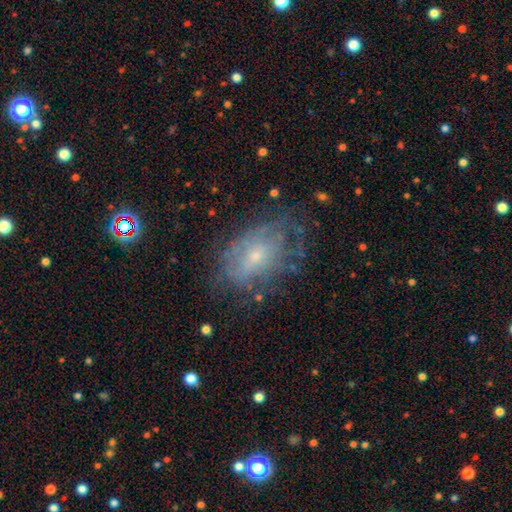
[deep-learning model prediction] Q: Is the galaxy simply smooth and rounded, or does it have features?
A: featured or disk — 56%.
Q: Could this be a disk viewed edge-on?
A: no — 94%.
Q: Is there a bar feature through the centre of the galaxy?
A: no — 75%.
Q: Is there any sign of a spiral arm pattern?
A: no — 53%.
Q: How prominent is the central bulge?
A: small — 62%.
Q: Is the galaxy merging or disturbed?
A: none — 55%.